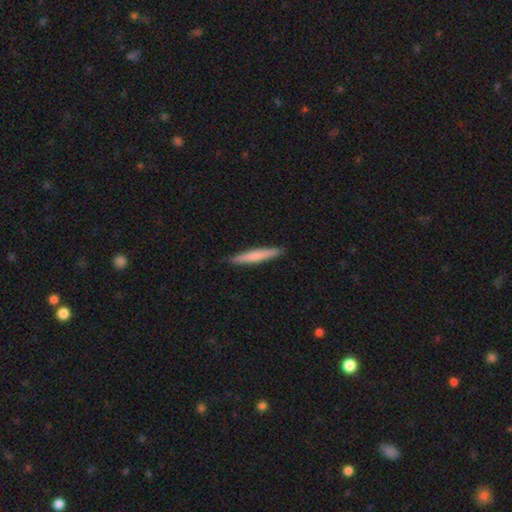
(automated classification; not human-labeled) A smooth galaxy with no disk features (69%) that is cigar-shaped (95%). Merging: none (91%).